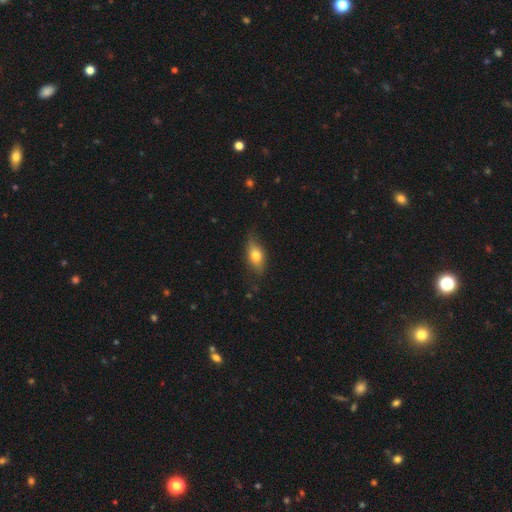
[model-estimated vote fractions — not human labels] Smooth or featured? Predicted: smooth (p=0.68). How rounded? Predicted: in between (p=0.80). Merging? Predicted: none (p=0.75).